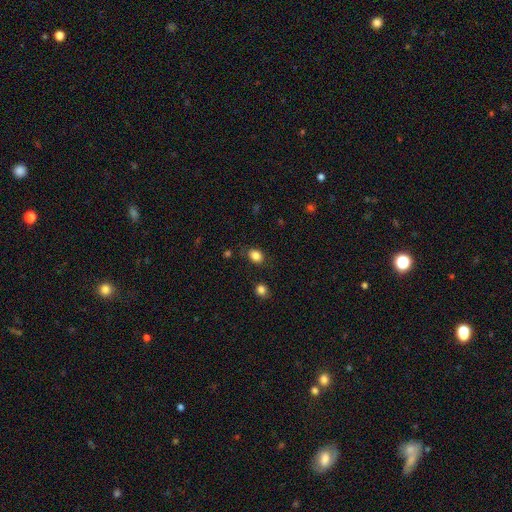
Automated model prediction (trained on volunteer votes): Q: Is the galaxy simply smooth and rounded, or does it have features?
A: smooth — 85%.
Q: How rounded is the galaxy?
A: in between — 62%.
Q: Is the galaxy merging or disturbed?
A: none — 79%.